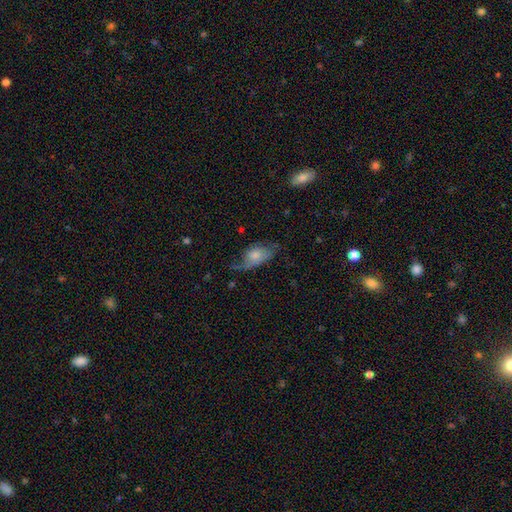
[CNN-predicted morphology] type=smooth (52%); roundness=in between (88%); merging=none (36%).